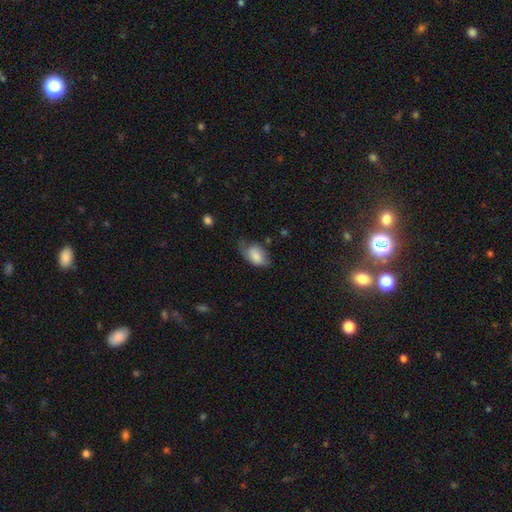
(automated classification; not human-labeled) This appears to be a smooth galaxy with no disk features (76%) that is in between round and cigar-shaped (90%). Merging: none (39%).